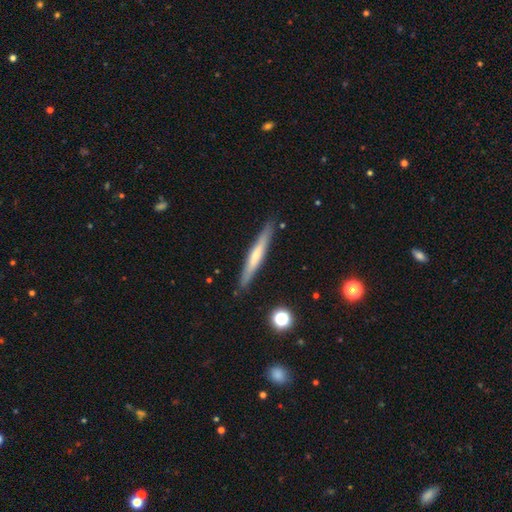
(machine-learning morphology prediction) Smooth or featured?
  - smooth: 51% *
  - featured or disk: 43%
  - star or artifact: 6%
How rounded?
  - cigar-shaped: 95% *
  - in between: 4%
  - round: 1%
Merging?
  - none: 89% *
  - minor disturbance: 8%
  - major disturbance: 2%
  - merger: 1%